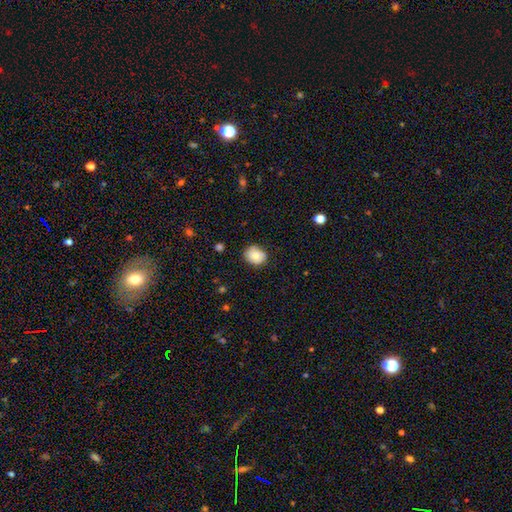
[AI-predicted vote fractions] Morphology: type=smooth (77%); roundness=round (56%); merging=none (74%).